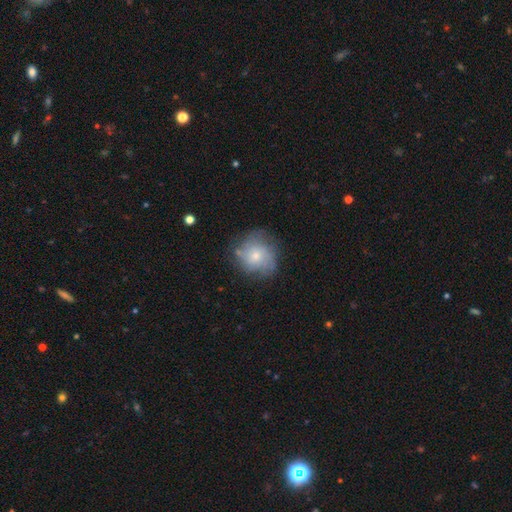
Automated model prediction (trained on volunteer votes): smooth_or_featured: smooth (p=0.48) [alt: featured or disk p=0.42]
merging: none (p=0.67) [alt: minor disturbance p=0.21]